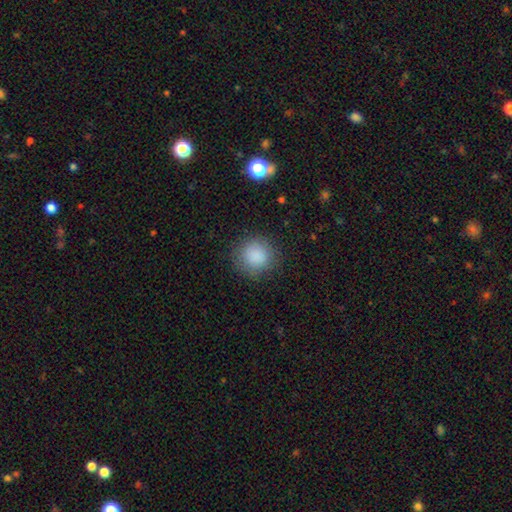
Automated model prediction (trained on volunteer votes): smooth 86%, star or artifact 9%, featured or disk 4%. Down the decision tree: how rounded — round (91%); merging — none (85%).